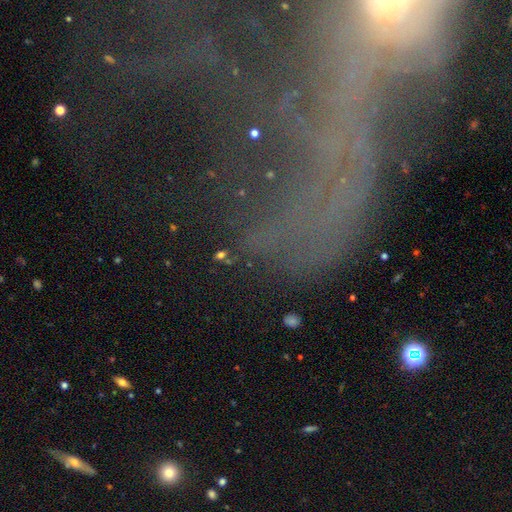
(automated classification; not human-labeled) Smooth or featured: featured or disk — 45% (star or artifact — 36%)
Merging: none — 45% (major disturbance — 26%)